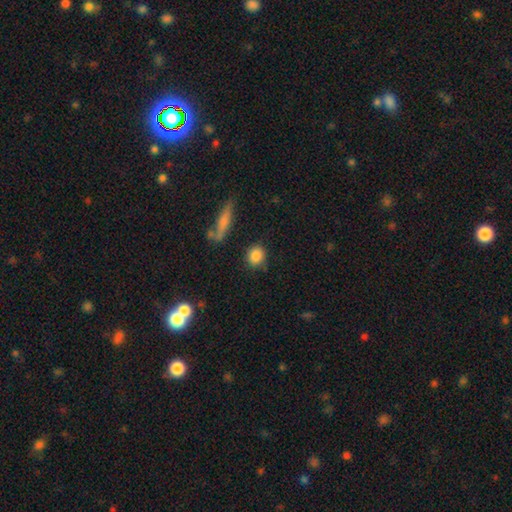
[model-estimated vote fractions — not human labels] Overall: smooth (85%). How rounded: round (73%). Merging: none (82%).